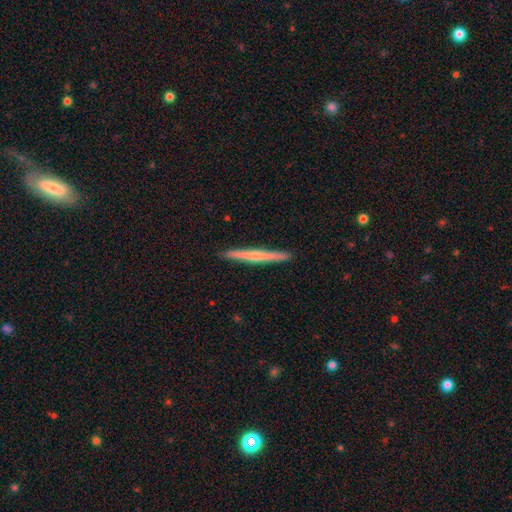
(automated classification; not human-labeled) Smooth or featured?
  - featured or disk: 55% *
  - smooth: 40%
  - star or artifact: 6%
Edge-on disk?
  - yes: 98% *
  - no: 2%
Edge-on bulge?
  - rounded: 52% *
  - none: 43%
  - boxy: 5%
Merging?
  - none: 92% *
  - minor disturbance: 5%
  - major disturbance: 1%
  - merger: 1%